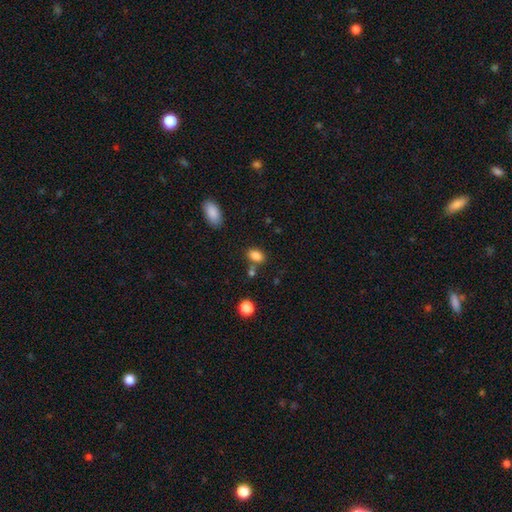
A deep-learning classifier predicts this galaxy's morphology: Smooth or featured? smooth (85%)
How rounded? in between (81%)
Merging? none (68%)